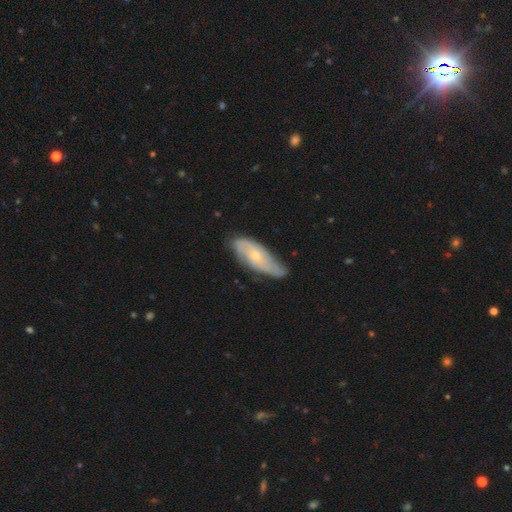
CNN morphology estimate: The model was most divided on "bulge size": small: 67%, moderate: 30%, none: 1%, large: 1%, dominant: 1%. More confident: edge-on disk — no (85%); spiral arms — yes (83%); bar — no (76%); merging — none (67%); smooth or featured — featured or disk (66%).